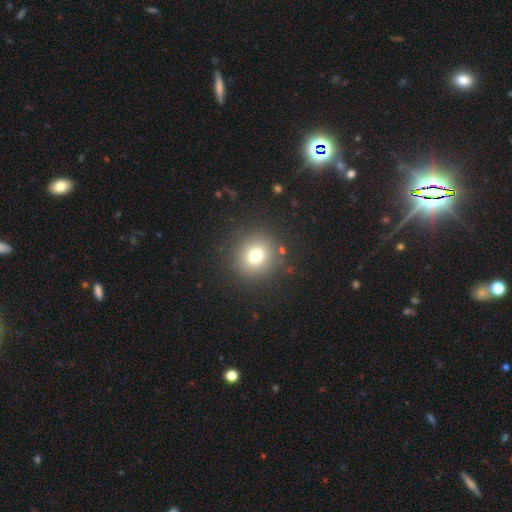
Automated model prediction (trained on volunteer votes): Smooth or featured? Predicted: smooth (p=0.75). How rounded? Predicted: round (p=0.90). Merging? Predicted: none (p=0.88).